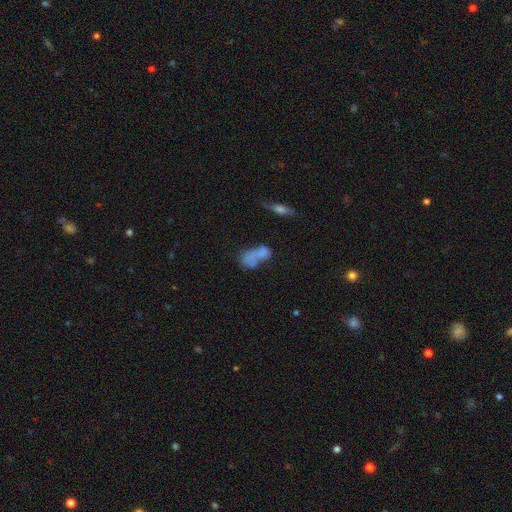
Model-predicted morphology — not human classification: The model was most divided on "merging": merger: 40%, none: 30%, major disturbance: 16%, minor disturbance: 15%. More confident: how rounded — in between (77%); smooth or featured — smooth (58%).